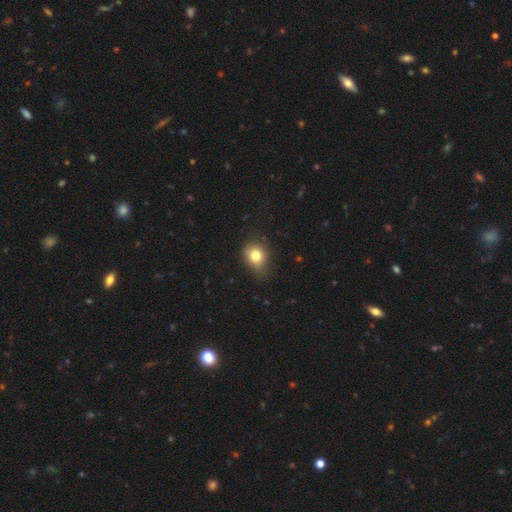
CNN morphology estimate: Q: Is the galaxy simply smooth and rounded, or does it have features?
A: smooth — 79%.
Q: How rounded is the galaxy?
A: round — 54%.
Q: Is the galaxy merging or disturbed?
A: none — 66%.